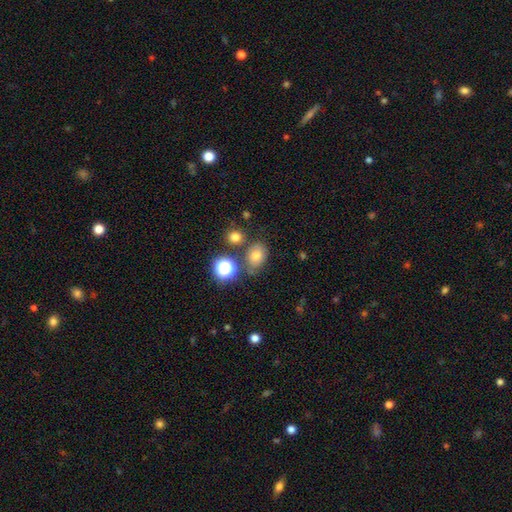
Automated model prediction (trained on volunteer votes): Smooth or featured? Predicted: smooth (p=0.70). How rounded? Predicted: in between (p=0.55). Merging? Predicted: none (p=0.68).